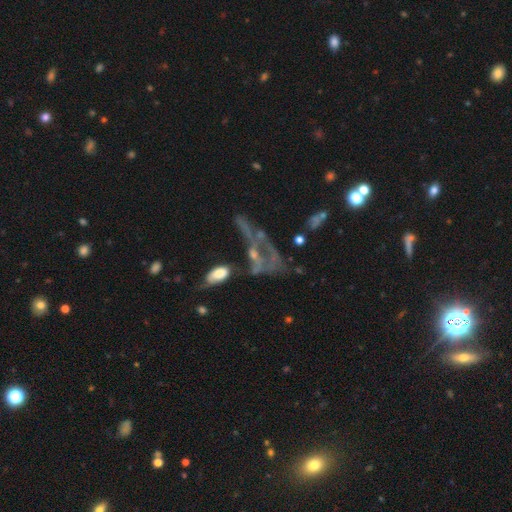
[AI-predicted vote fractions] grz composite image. It shows a featured or disk galaxy (55%). Merging: major disturbance (39%).